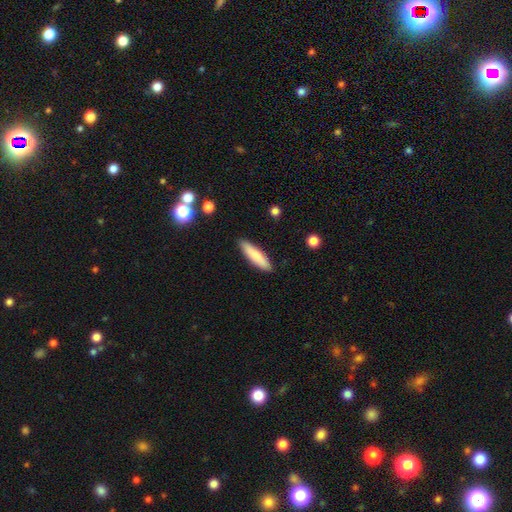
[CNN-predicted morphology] Smooth or featured?
  - smooth: 81% *
  - featured or disk: 14%
  - star or artifact: 6%
How rounded?
  - cigar-shaped: 73% *
  - in between: 26%
  - round: 1%
Merging?
  - none: 89% *
  - minor disturbance: 8%
  - major disturbance: 2%
  - merger: 1%